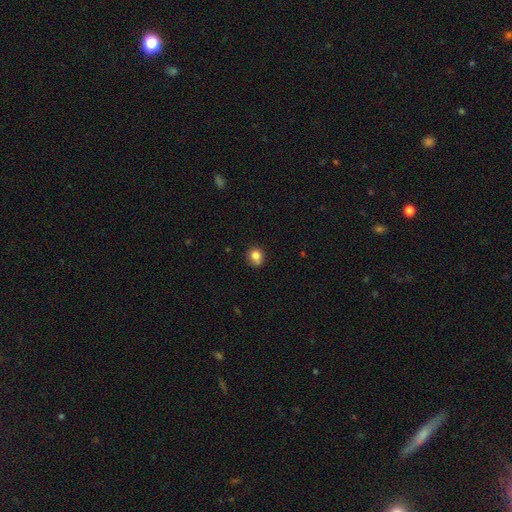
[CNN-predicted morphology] This is clearly a smooth galaxy (82%). How rounded: likely round (76%). Merging: likely none (76%).